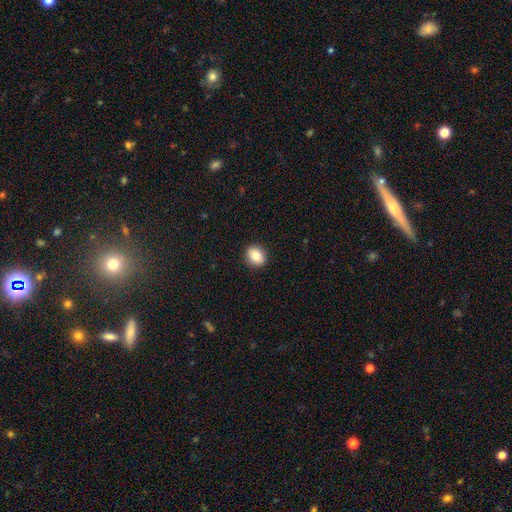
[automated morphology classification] A smooth galaxy with no disk features (83%) that is round (62%).

Vote fractions:
- Smooth or featured? smooth: 83% / star or artifact: 9% / featured or disk: 8%
- How rounded? round: 62% / in between: 37% / cigar-shaped: 1%
- Merging? none: 90% / minor disturbance: 7% / major disturbance: 2% / merger: 1%